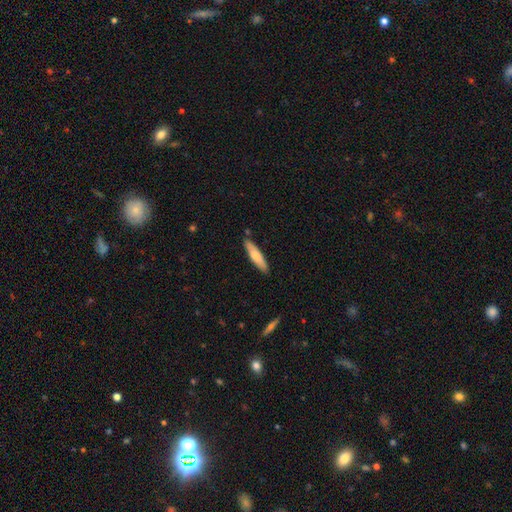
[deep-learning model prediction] Smooth or featured?
  - smooth: 68% *
  - featured or disk: 27%
  - star or artifact: 5%
How rounded?
  - cigar-shaped: 77% *
  - in between: 21%
  - round: 1%
Merging?
  - none: 85% *
  - minor disturbance: 11%
  - merger: 2%
  - major disturbance: 2%